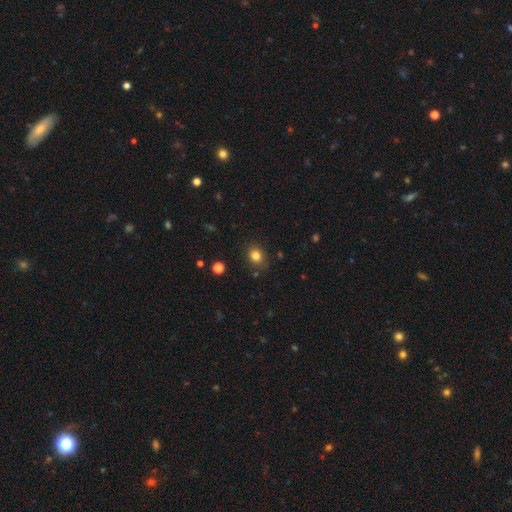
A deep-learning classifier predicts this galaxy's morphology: A smooth galaxy with no disk features (81%) that is round (67%). Merging: none (84%).